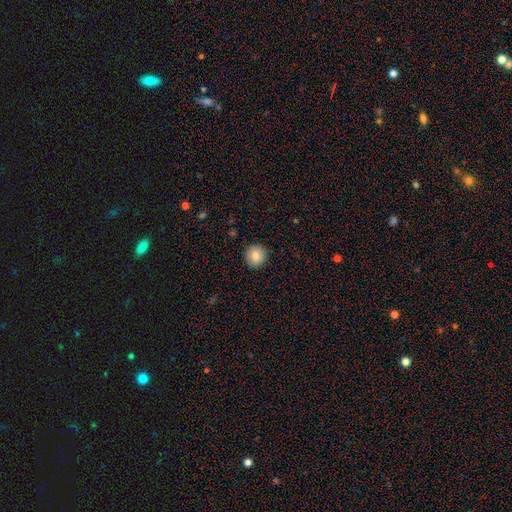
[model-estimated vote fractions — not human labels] Q: Smooth or featured?
A: smooth (83%); runner-up: featured or disk (9%)
Q: How rounded?
A: round (94%); runner-up: in between (5%)
Q: Merging?
A: none (91%); runner-up: minor disturbance (6%)